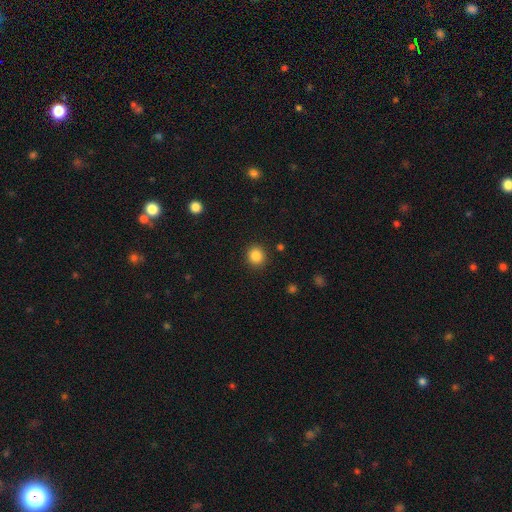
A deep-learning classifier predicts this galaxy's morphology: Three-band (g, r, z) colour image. It shows a smooth galaxy with no disk features (85%) that is round (89%). Merging: none (90%).